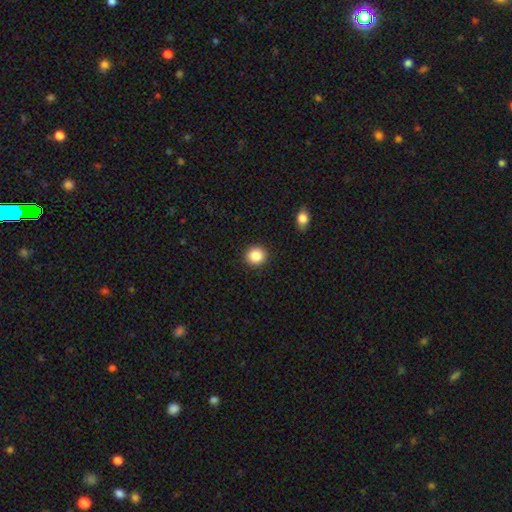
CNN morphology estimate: smooth_or_featured: smooth (p=0.86) [alt: star or artifact p=0.10]
how_rounded: round (p=0.89) [alt: in between p=0.10]
merging: none (p=0.92) [alt: minor disturbance p=0.05]